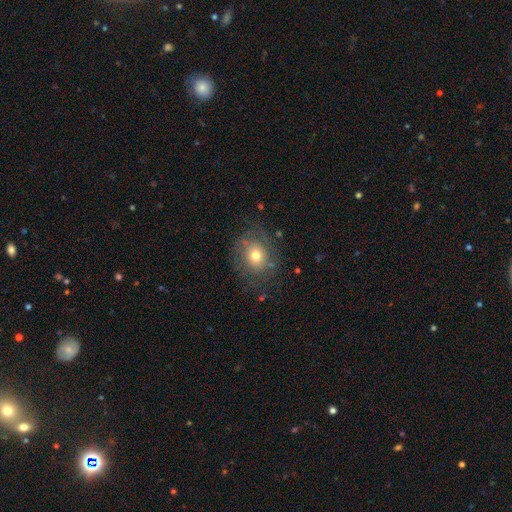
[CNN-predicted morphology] This appears to be a smooth galaxy with no disk features (62%) that is round (65%). Merging: none (70%).